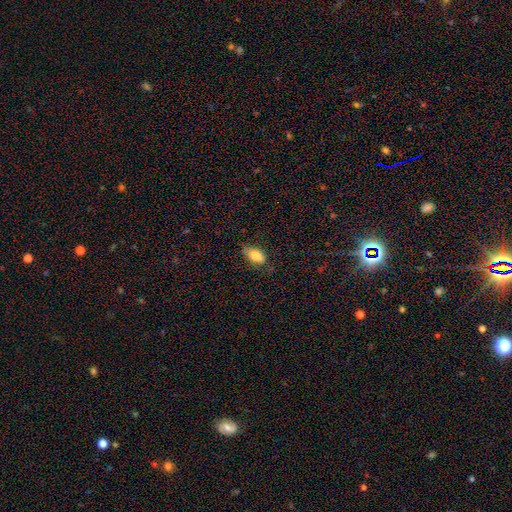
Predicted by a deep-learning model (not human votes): A smooth galaxy with no disk features (83%) that is in between round and cigar-shaped (90%). Merging: none (73%).